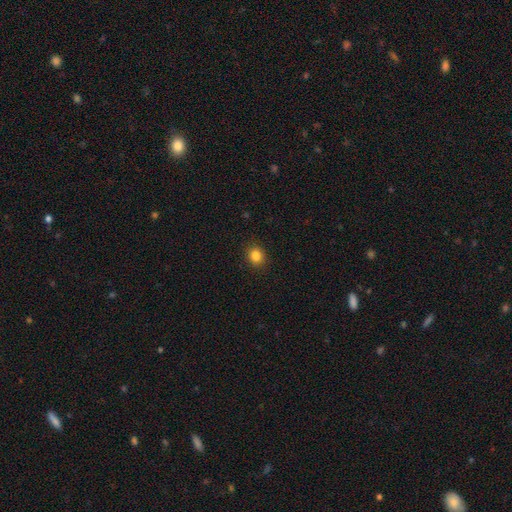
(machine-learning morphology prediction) smooth 85%, star or artifact 11%, featured or disk 4%. Down the decision tree: how rounded — round (73%); merging — none (90%).